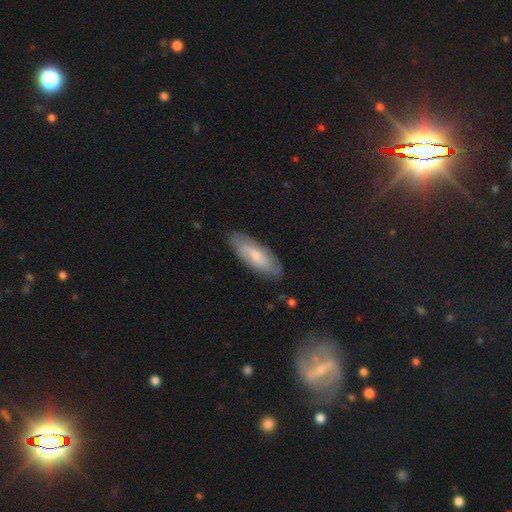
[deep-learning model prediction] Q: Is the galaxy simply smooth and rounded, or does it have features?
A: smooth — 56%.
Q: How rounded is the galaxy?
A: in between — 66%.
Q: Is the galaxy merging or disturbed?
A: none — 80%.